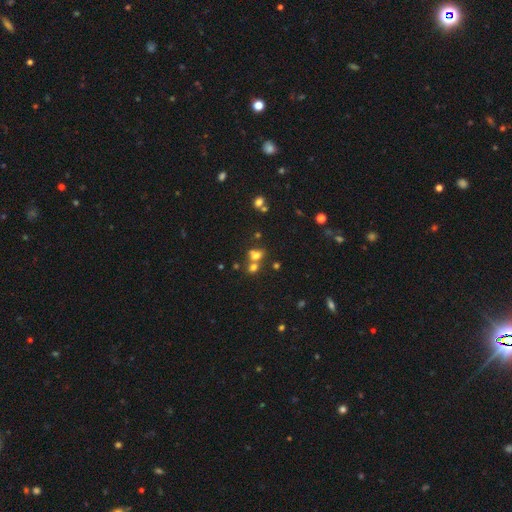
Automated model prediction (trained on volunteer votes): This is likely a smooth galaxy (66%). How rounded: possibly round (52%). Merging: possibly merger (51%).